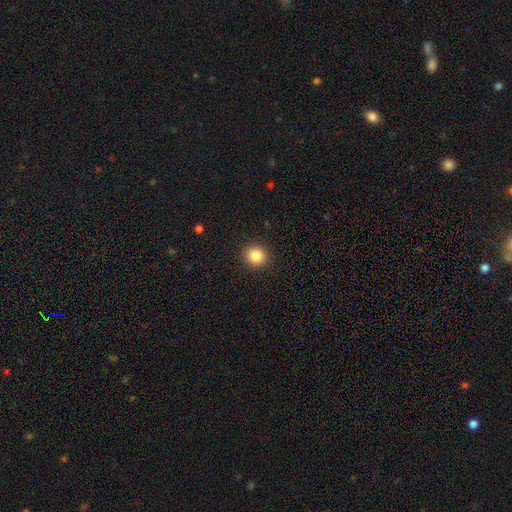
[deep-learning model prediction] Overall: smooth (84%). How rounded: round (90%). Merging: none (92%).